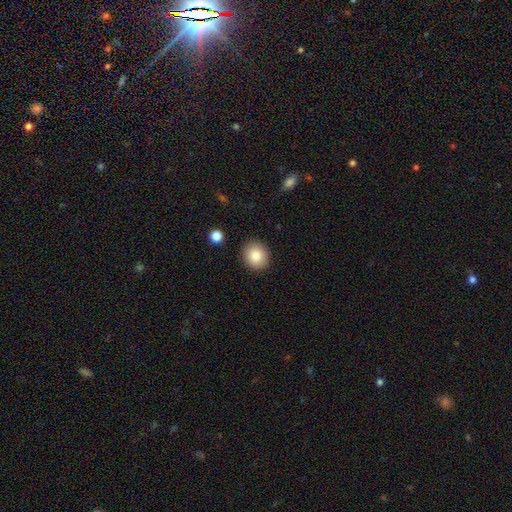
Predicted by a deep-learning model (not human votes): A smooth galaxy with no disk features (84%) that is round (77%).

Vote fractions:
- Smooth or featured? smooth: 84% / star or artifact: 9% / featured or disk: 7%
- How rounded? round: 77% / in between: 23% / cigar-shaped: 1%
- Merging? none: 90% / minor disturbance: 7% / major disturbance: 2% / merger: 1%